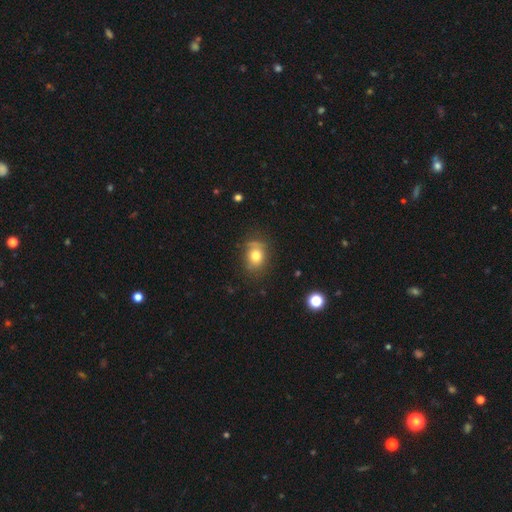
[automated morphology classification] Smooth or featured?
  - smooth: 74% *
  - featured or disk: 15%
  - star or artifact: 11%
How rounded?
  - round: 50% *
  - in between: 49%
  - cigar-shaped: 1%
Merging?
  - none: 63% *
  - minor disturbance: 25%
  - major disturbance: 9%
  - merger: 3%